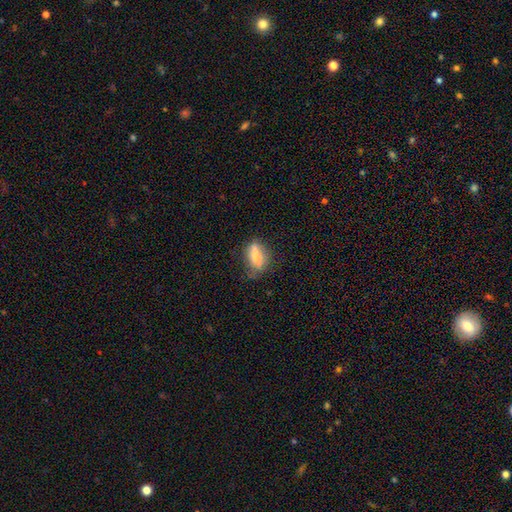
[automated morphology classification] Q: Smooth or featured?
A: smooth (66%); runner-up: featured or disk (26%)
Q: How rounded?
A: in between (69%); runner-up: cigar-shaped (22%)
Q: Merging?
A: none (62%); runner-up: minor disturbance (26%)